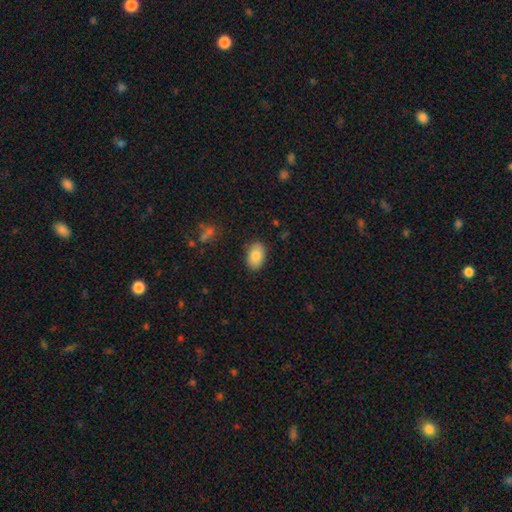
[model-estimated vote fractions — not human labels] Smooth or featured: smooth — 85% (featured or disk — 8%)
How rounded: in between — 90% (round — 9%)
Merging: none — 86% (minor disturbance — 11%)